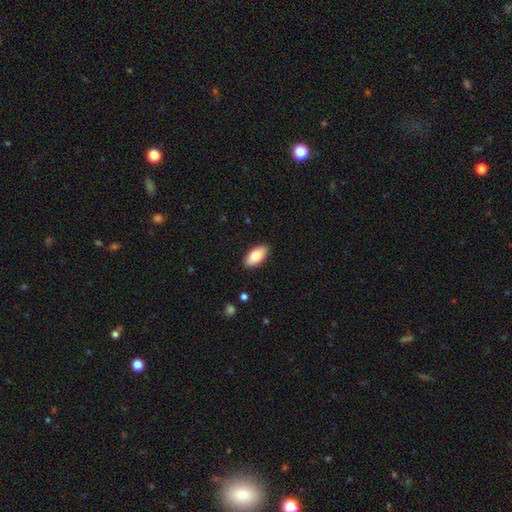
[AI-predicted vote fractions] A smooth galaxy with no disk features (84%) that is in between round and cigar-shaped (94%).

Vote fractions:
- Smooth or featured? smooth: 84% / featured or disk: 10% / star or artifact: 6%
- How rounded? in between: 94% / cigar-shaped: 4% / round: 2%
- Merging? none: 89% / minor disturbance: 8% / major disturbance: 2% / merger: 1%